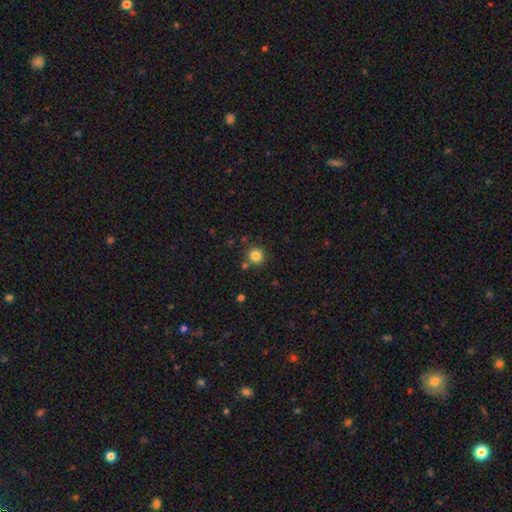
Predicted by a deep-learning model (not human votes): smooth_or_featured: smooth (p=0.84) [alt: star or artifact p=0.12]
how_rounded: round (p=0.94) [alt: in between p=0.05]
merging: none (p=0.82) [alt: minor disturbance p=0.08]